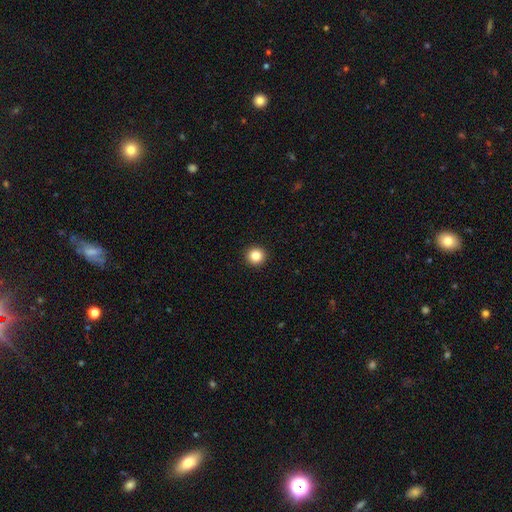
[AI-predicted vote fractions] Overall: smooth (84%). How rounded: round (95%). Merging: none (94%).